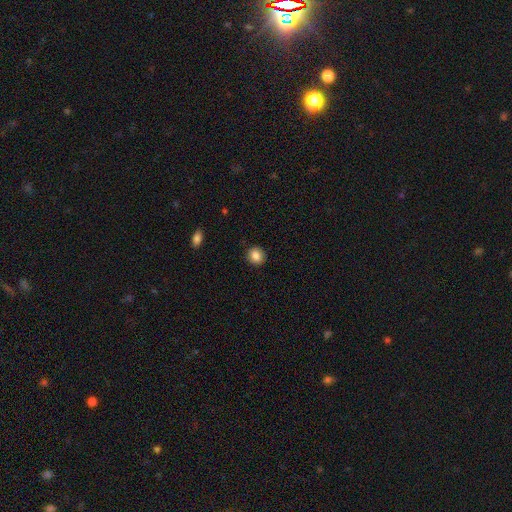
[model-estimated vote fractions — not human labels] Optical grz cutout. It shows a smooth galaxy with no disk features (86%) that is round (78%). Merging: none (90%).